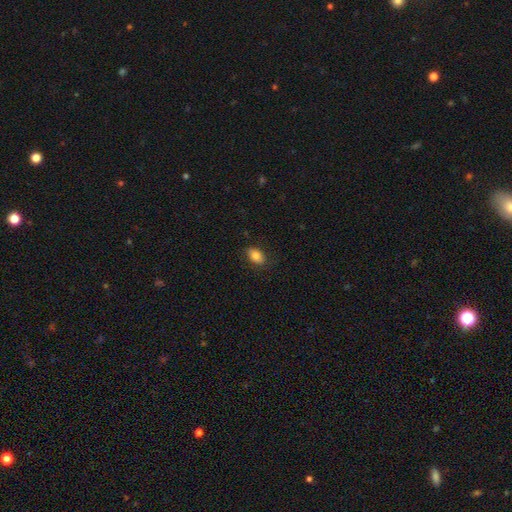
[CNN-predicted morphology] The model was most divided on "merging": none: 82%, minor disturbance: 14%, major disturbance: 3%, merger: 1%. More confident: how rounded — in between (87%); smooth or featured — smooth (82%).